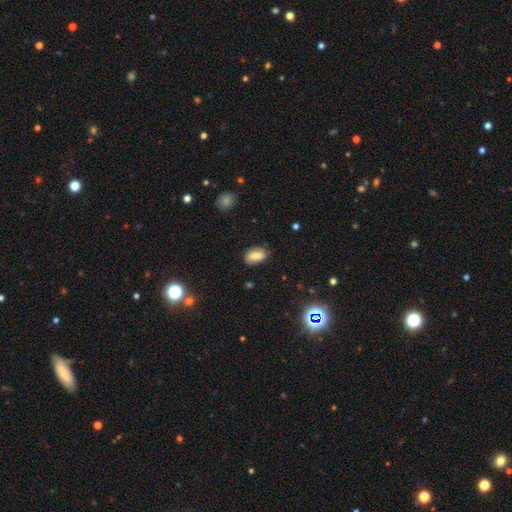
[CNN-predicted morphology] type=smooth (76%); roundness=in between (89%); merging=none (75%).